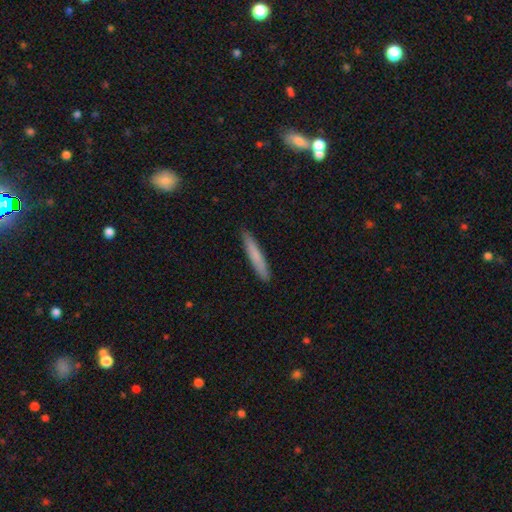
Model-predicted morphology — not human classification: The model was most divided on "smooth or featured": smooth: 74%, featured or disk: 20%, star or artifact: 6%. More confident: how rounded — cigar-shaped (94%); merging — none (90%).